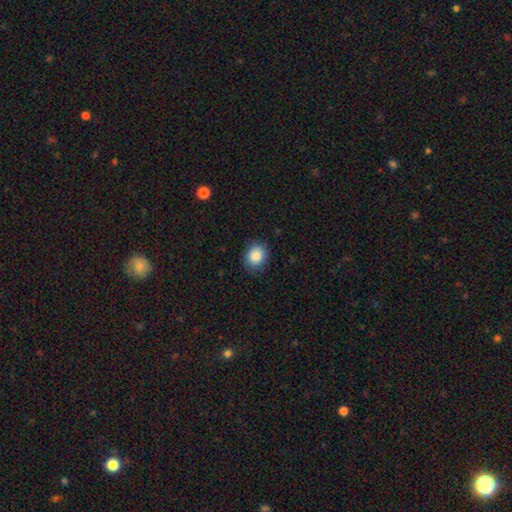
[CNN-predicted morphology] type=smooth (86%); roundness=round (64%); merging=none (83%).